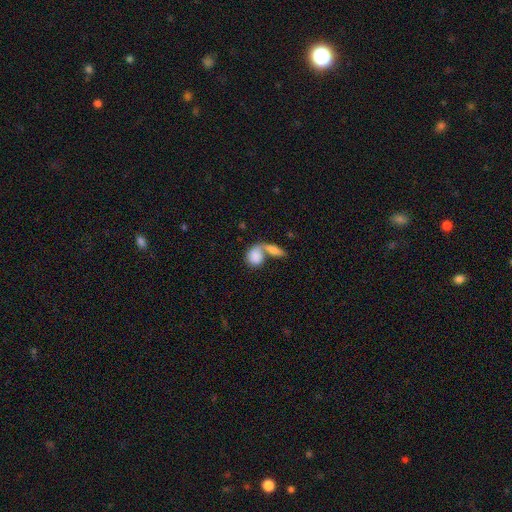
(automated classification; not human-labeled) Q: Smooth or featured?
A: smooth (81%); runner-up: featured or disk (13%)
Q: How rounded?
A: in between (61%); runner-up: round (35%)
Q: Merging?
A: merger (65%); runner-up: none (22%)